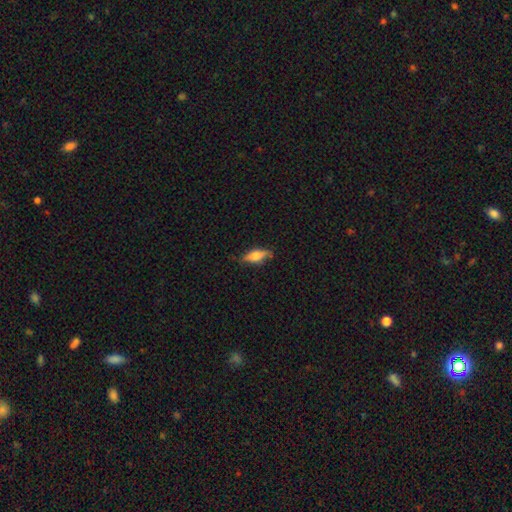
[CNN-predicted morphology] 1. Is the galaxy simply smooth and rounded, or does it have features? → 58% smooth, 35% featured or disk, 7% star or artifact.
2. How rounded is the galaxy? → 62% in between, 34% cigar-shaped, 3% round.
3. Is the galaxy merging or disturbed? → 75% none, 20% minor disturbance, 4% major disturbance, 1% merger.